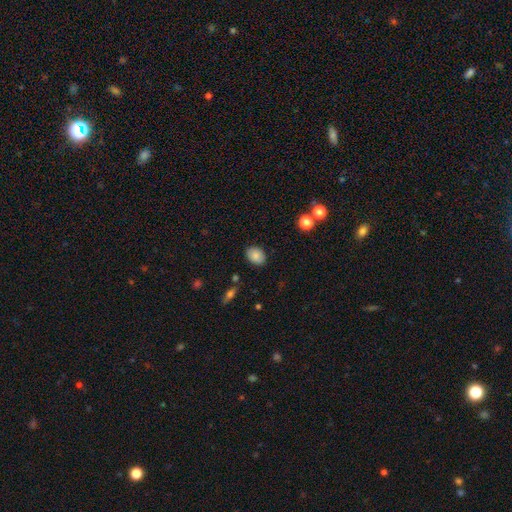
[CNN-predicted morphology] This appears to be a smooth galaxy with no disk features (85%) that is in between round and cigar-shaped (69%). Merging: none (87%).